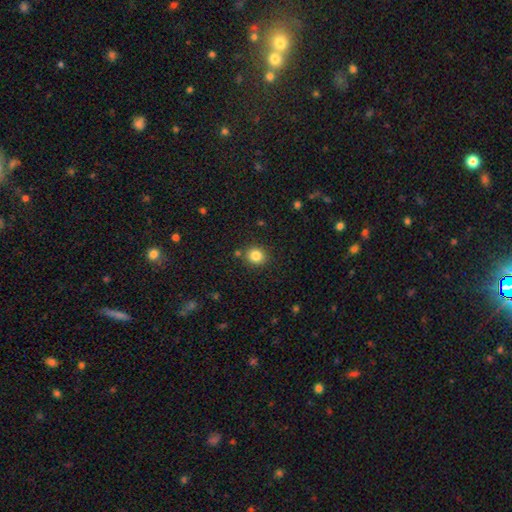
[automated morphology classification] smooth-or-featured: smooth: 84% | star or artifact: 11% | featured or disk: 5%
  how-rounded: round: 82% | in between: 17% | cigar-shaped: 1%
  merging: none: 85% | minor disturbance: 9% | merger: 4% | major disturbance: 3%